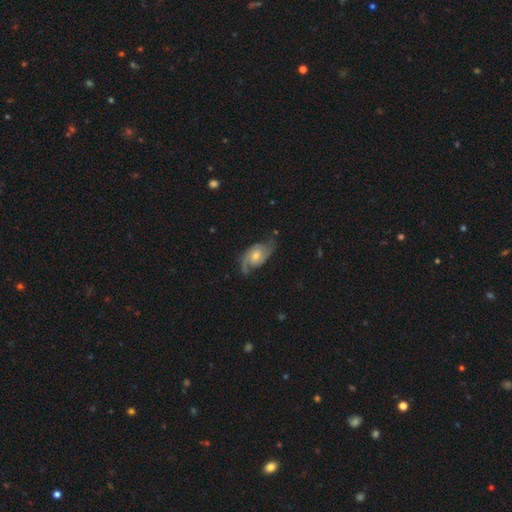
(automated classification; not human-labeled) Smooth or featured? Predicted: featured or disk (p=0.85). Edge-on disk? Predicted: no (p=0.96). Bar? Predicted: no (p=0.58). Spiral arms? Predicted: yes (p=0.97). Spiral winding? Predicted: medium (p=0.50). Spiral arm count? Predicted: 2 (p=0.89). Bulge size? Predicted: moderate (p=0.58). Merging? Predicted: none (p=0.75).